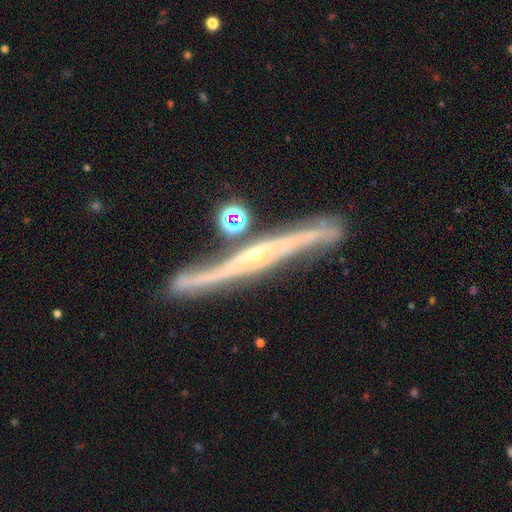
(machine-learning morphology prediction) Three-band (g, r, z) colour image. It shows a featured or disk galaxy (85%) viewed edge-on (85%) with a rounded central bulge (65%). Merging: none (70%).